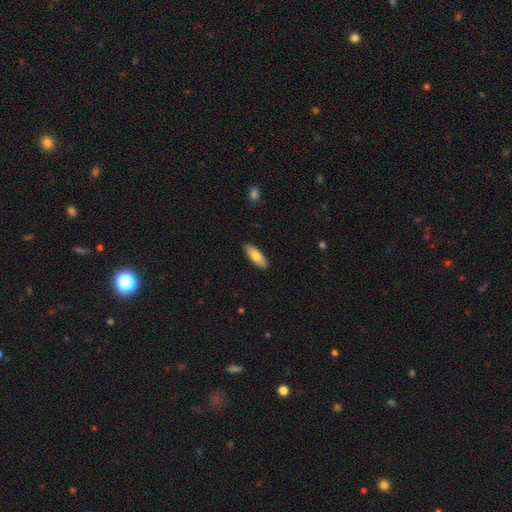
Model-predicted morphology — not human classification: Smooth or featured: smooth — 76% (featured or disk — 19%)
How rounded: in between — 65% (cigar-shaped — 33%)
Merging: none — 89% (minor disturbance — 8%)